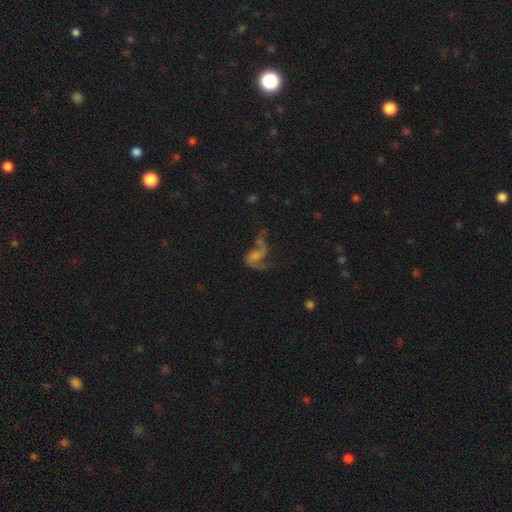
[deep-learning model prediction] The model was most divided on "bulge size": small: 38%, none: 32%, moderate: 23%, large: 5%, dominant: 2%. Remaining: edge-on disk — no (97%); spiral arms — yes (81%); spiral winding — loose (68%); smooth or featured — featured or disk (68%); spiral arm count — 2 (64%); bar — no (62%); merging — major disturbance (39%).